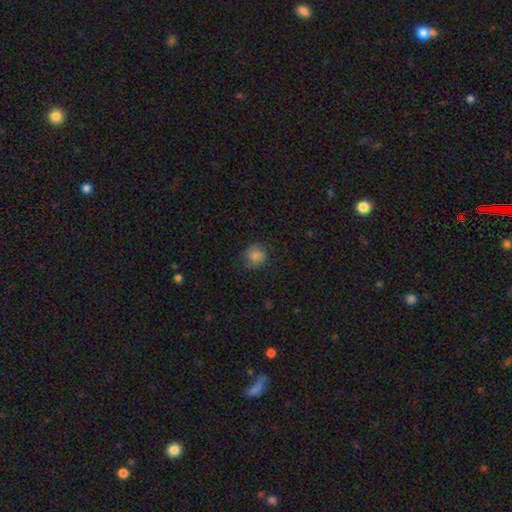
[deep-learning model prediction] This is clearly a smooth galaxy (80%). How rounded: clearly round (86%). Merging: likely none (76%).